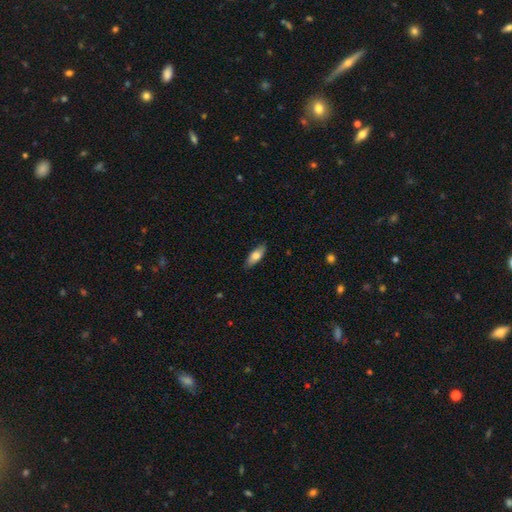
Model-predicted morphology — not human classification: The model was most divided on "how rounded": in between: 75%, cigar-shaped: 23%, round: 2%. More confident: merging — none (86%); smooth or featured — smooth (76%).